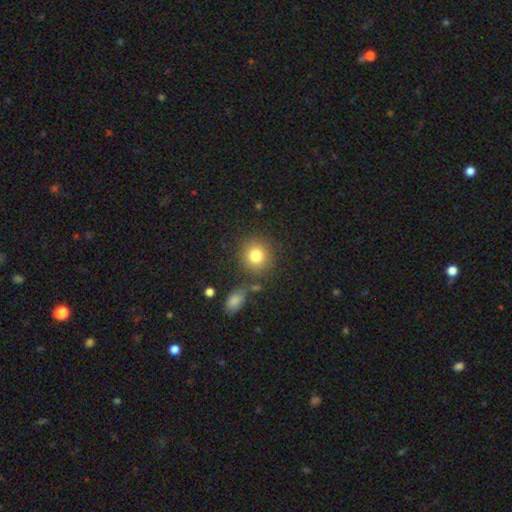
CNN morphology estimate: Smooth or featured: smooth — 81% (star or artifact — 11%)
How rounded: round — 88% (in between — 11%)
Merging: none — 81% (minor disturbance — 10%)